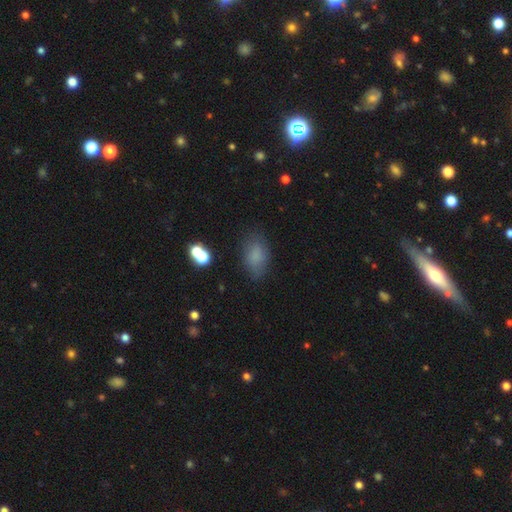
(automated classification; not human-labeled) smooth-or-featured: smooth: 79% | star or artifact: 12% | featured or disk: 9%
  how-rounded: in between: 89% | round: 9% | cigar-shaped: 3%
  merging: none: 74% | minor disturbance: 17% | major disturbance: 6% | merger: 2%